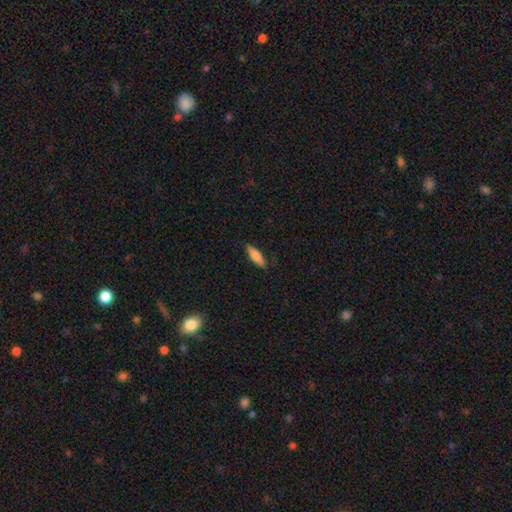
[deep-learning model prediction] This appears to be a smooth galaxy with no disk features (74%) that is cigar-shaped (56%). Merging: none (85%).